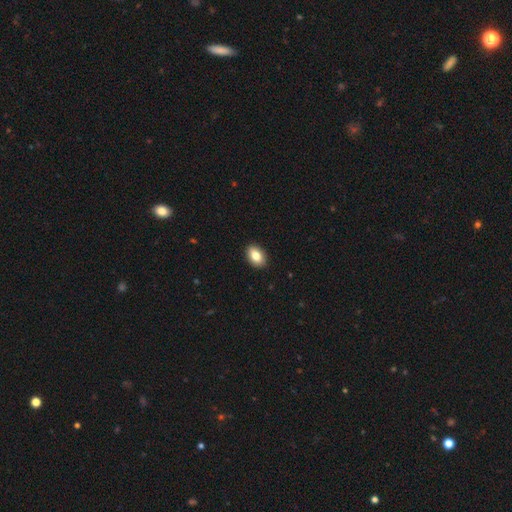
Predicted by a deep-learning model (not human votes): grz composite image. It shows a smooth galaxy with no disk features (83%) that is in between round and cigar-shaped (88%). Merging: none (91%).